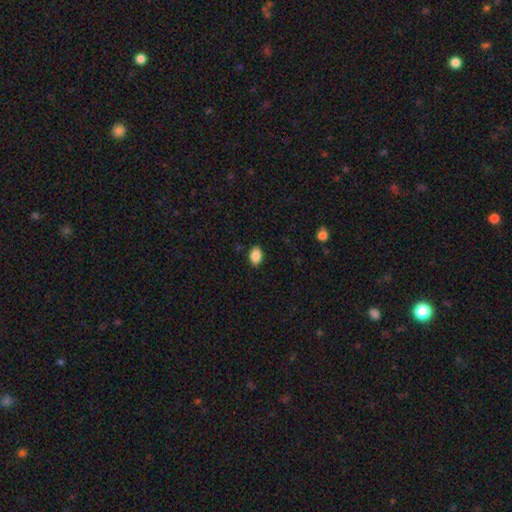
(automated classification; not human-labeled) Smooth or featured?
  - smooth: 86% *
  - star or artifact: 8%
  - featured or disk: 5%
How rounded?
  - in between: 84% *
  - round: 15%
  - cigar-shaped: 2%
Merging?
  - none: 86% *
  - minor disturbance: 10%
  - major disturbance: 2%
  - merger: 1%